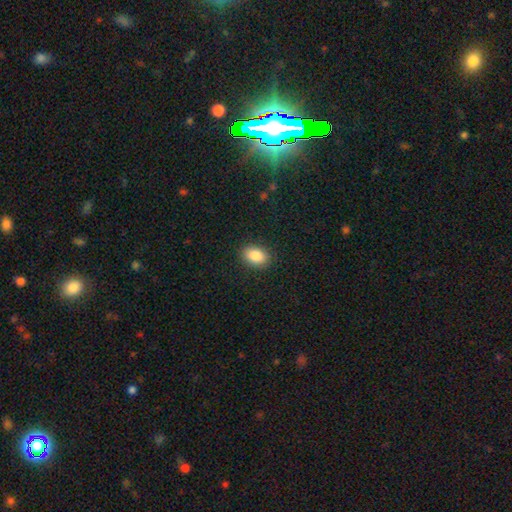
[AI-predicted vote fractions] smooth-or-featured: smooth: 87% | star or artifact: 8% | featured or disk: 5%
  how-rounded: in between: 80% | round: 19% | cigar-shaped: 1%
  merging: none: 89% | minor disturbance: 8% | major disturbance: 2% | merger: 1%